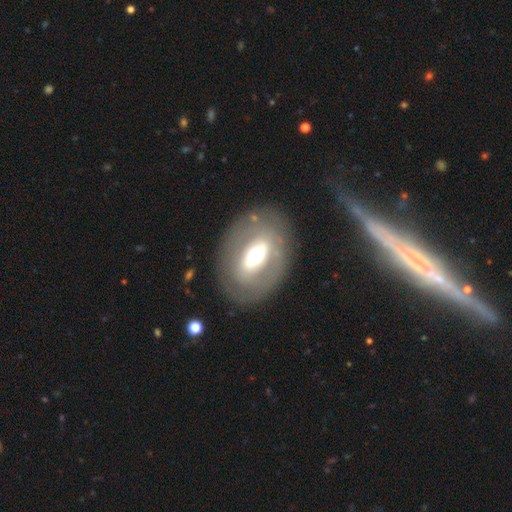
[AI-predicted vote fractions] smooth_or_featured: featured or disk (p=0.54) [alt: smooth p=0.36]
disk_edge_on: no (p=0.89) [alt: yes p=0.11]
merging: none (p=0.78) [alt: minor disturbance p=0.12]